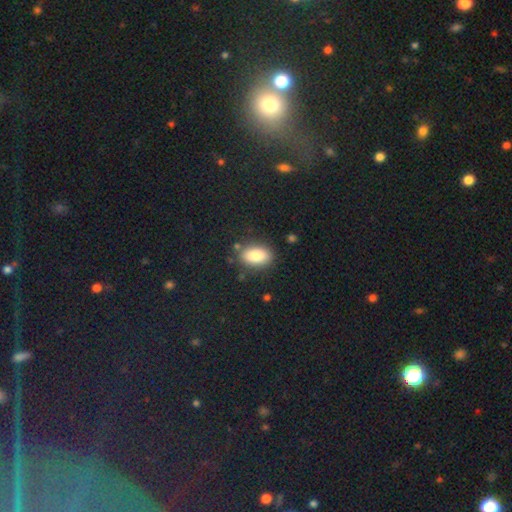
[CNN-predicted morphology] This appears to be a smooth galaxy with no disk features (84%) that is in between round and cigar-shaped (89%). Merging: none (83%).